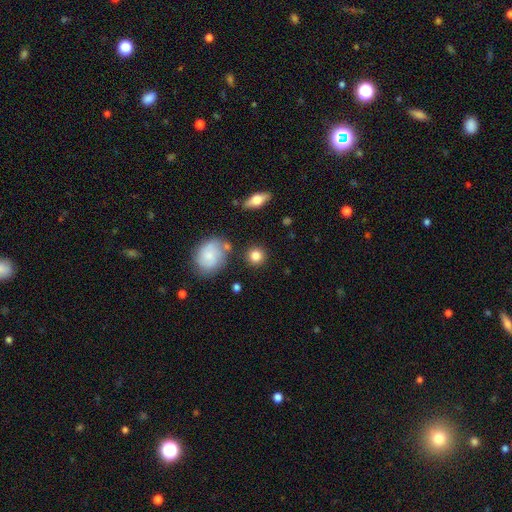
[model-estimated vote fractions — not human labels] This is clearly a smooth galaxy (82%). How rounded: clearly round (91%). Merging: clearly none (83%).